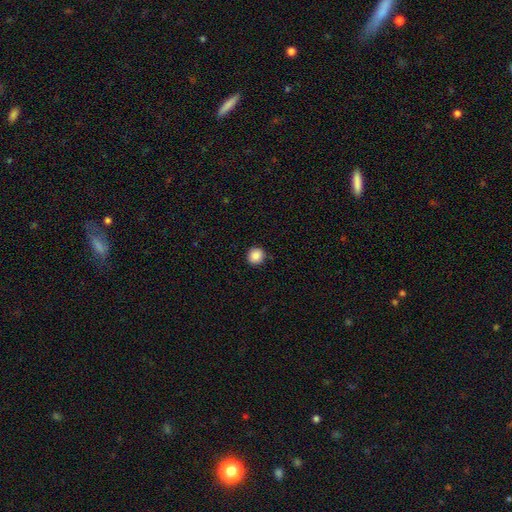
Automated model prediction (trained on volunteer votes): This is clearly a smooth galaxy (88%). How rounded: clearly round (90%). Merging: clearly none (90%).